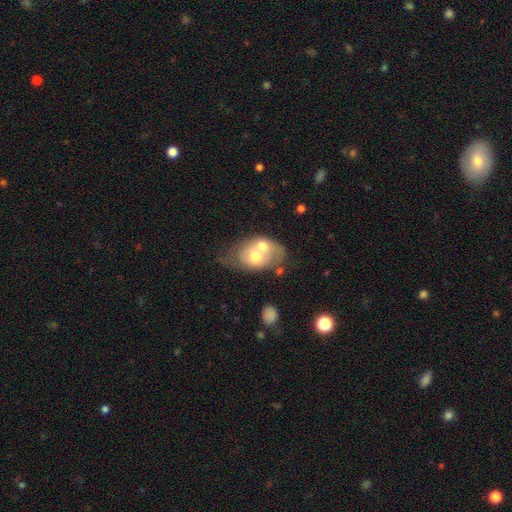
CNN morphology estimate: Smooth or featured?
  - smooth: 51% *
  - featured or disk: 42%
  - star or artifact: 7%
How rounded?
  - in between: 71% *
  - round: 27%
  - cigar-shaped: 1%
Merging?
  - merger: 60% *
  - none: 18%
  - minor disturbance: 12%
  - major disturbance: 11%